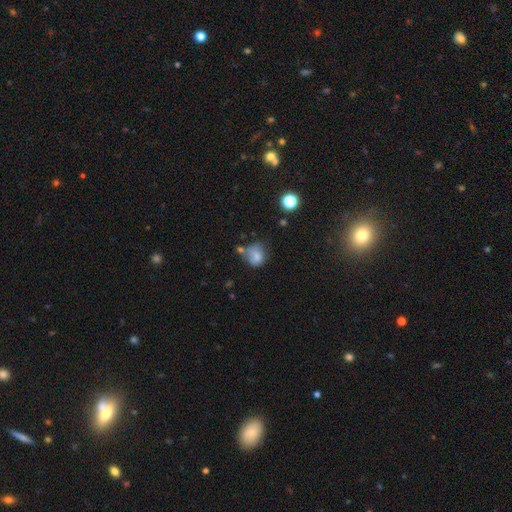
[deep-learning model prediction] Smooth or featured? Predicted: smooth (p=0.72). How rounded? Predicted: round (p=0.57). Merging? Predicted: none (p=0.35).